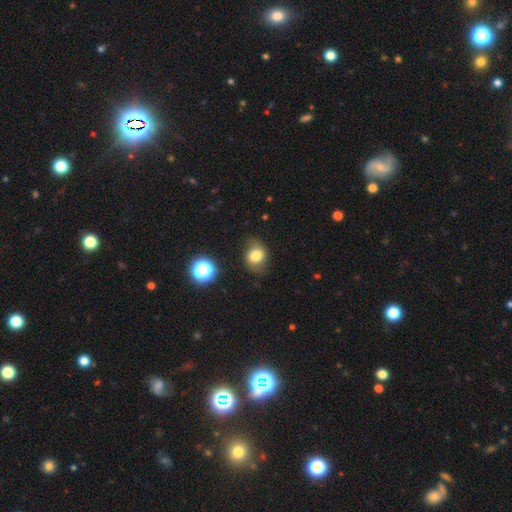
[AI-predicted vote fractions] Smooth or featured?
  - smooth: 76% *
  - featured or disk: 12%
  - star or artifact: 12%
How rounded?
  - round: 53% *
  - in between: 46%
  - cigar-shaped: 1%
Merging?
  - none: 73% *
  - minor disturbance: 20%
  - major disturbance: 5%
  - merger: 2%